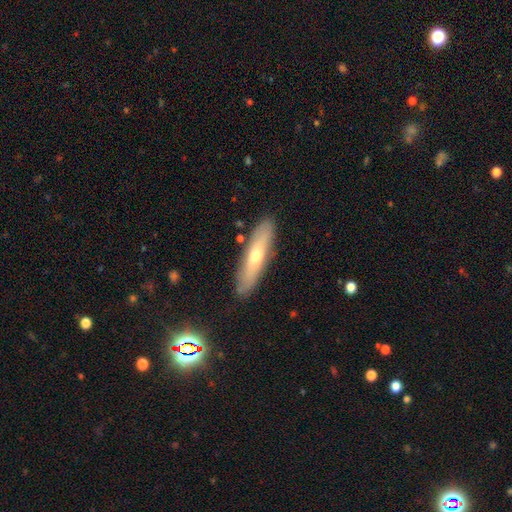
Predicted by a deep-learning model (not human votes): This is possibly a smooth galaxy (53%). How rounded: likely cigar-shaped (70%). Merging: clearly none (85%).